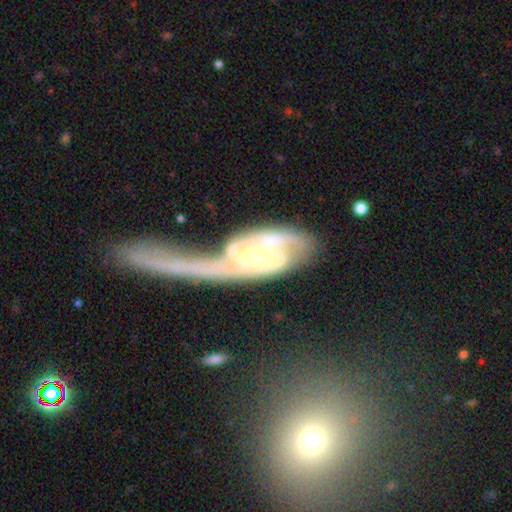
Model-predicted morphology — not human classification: This is clearly a featured or disk galaxy (83%). It is clearly not viewed edge-on (92%). Bar: possibly no (48%). Spiral arm pattern: clearly yes (90%). Spiral arm count: possibly 2 (51%). Spiral winding: marginally medium (39%). Central bulge: possibly small (54%). Merging: marginally merger (32%).